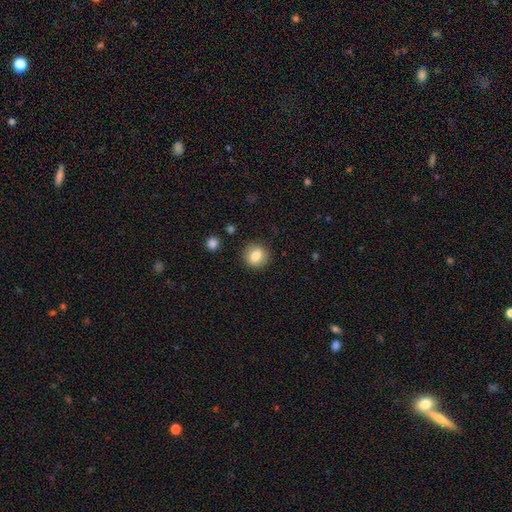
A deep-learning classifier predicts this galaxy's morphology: smooth 82%, star or artifact 9%, featured or disk 8%. Down the decision tree: how rounded — round (84%); merging — none (89%).